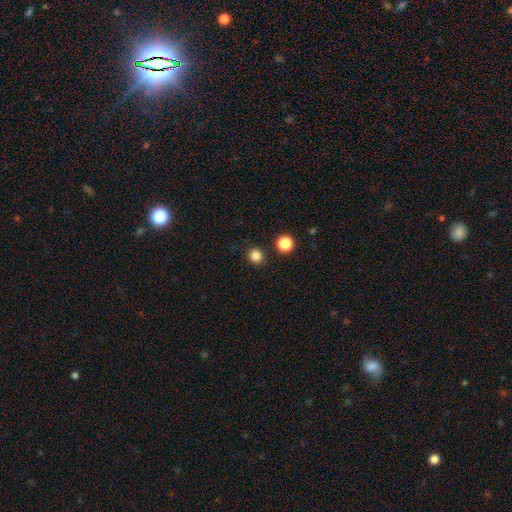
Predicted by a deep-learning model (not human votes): A smooth galaxy with no disk features (83%) that is round (92%).

Vote fractions:
- Smooth or featured? smooth: 83% / star or artifact: 13% / featured or disk: 3%
- How rounded? round: 92% / in between: 7% / cigar-shaped: 1%
- Merging? none: 90% / minor disturbance: 5% / merger: 3% / major disturbance: 2%